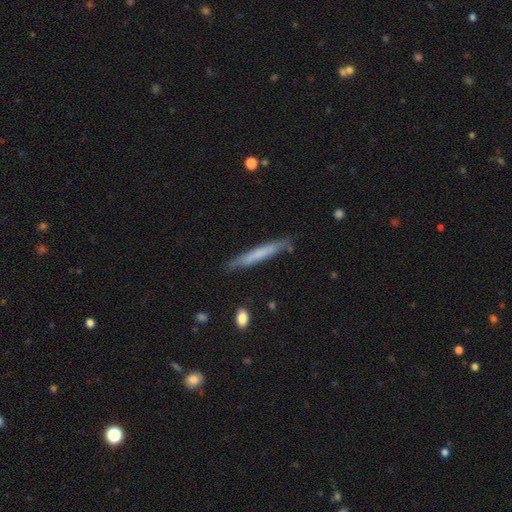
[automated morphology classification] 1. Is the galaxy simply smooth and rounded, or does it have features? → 59% smooth, 35% featured or disk, 7% star or artifact.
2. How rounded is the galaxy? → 96% cigar-shaped, 3% in between, 1% round.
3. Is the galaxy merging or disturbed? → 83% none, 13% minor disturbance, 2% major disturbance, 2% merger.